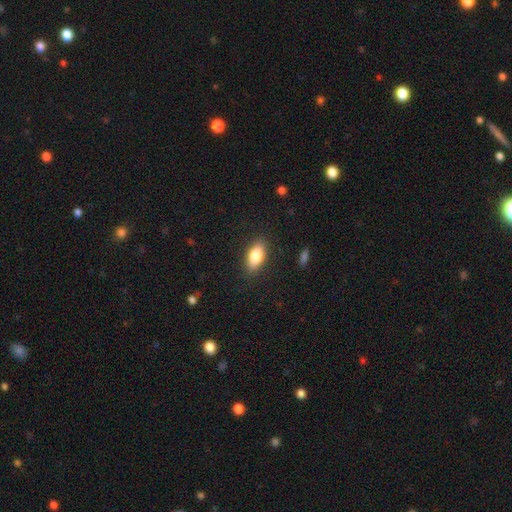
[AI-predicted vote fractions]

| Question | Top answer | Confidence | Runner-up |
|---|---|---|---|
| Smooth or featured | smooth | 81% | featured or disk (12%) |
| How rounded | in between | 86% | cigar-shaped (9%) |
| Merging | none | 86% | minor disturbance (10%) |